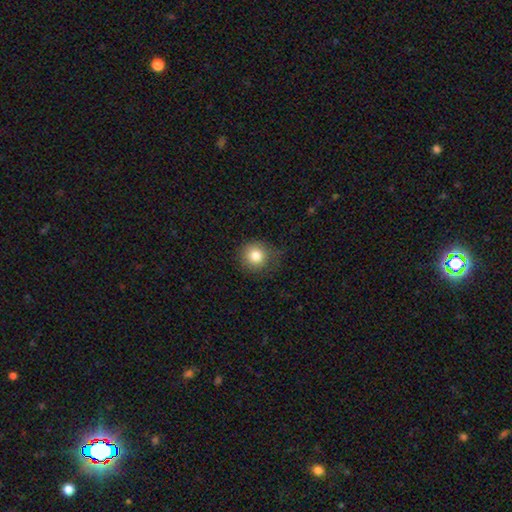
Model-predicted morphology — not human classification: Q: Smooth or featured?
A: smooth (82%); runner-up: star or artifact (11%)
Q: How rounded?
A: round (91%); runner-up: in between (8%)
Q: Merging?
A: none (75%); runner-up: minor disturbance (18%)